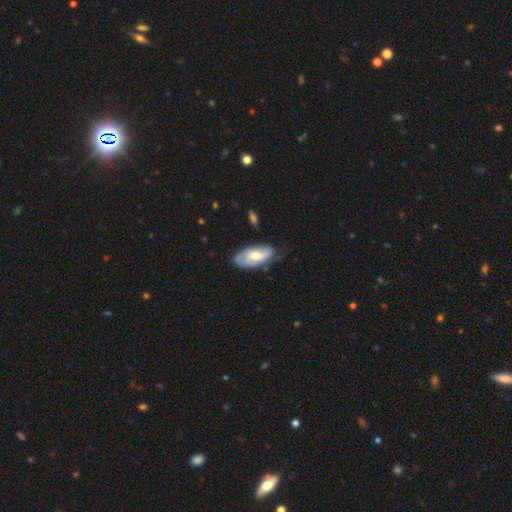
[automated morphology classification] type=featured or disk (58%); edge-on=no (91%); bar=no (50%); spiral arms=yes (84%); bulge=moderate (67%); merging=none (67%).